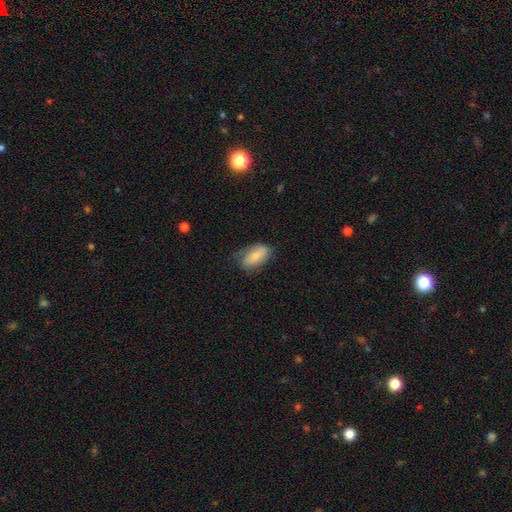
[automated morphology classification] A smooth galaxy with no disk features (72%) that is in between round and cigar-shaped (91%). Merging: none (59%).